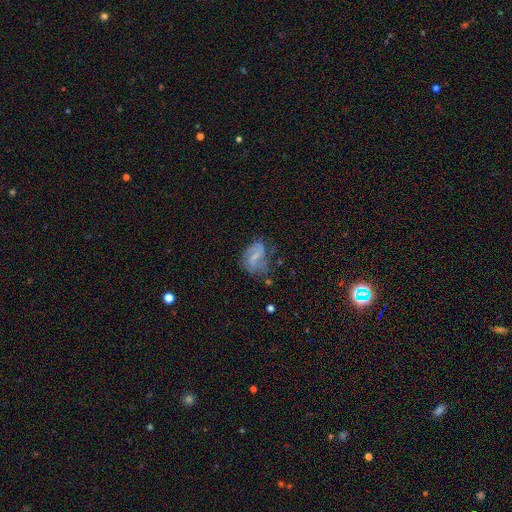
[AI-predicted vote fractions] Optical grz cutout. It shows a featured or disk galaxy (59%) with a weak bar (49%), spiral arms (78%) and a small central bulge (57%). Merging: none (49%).